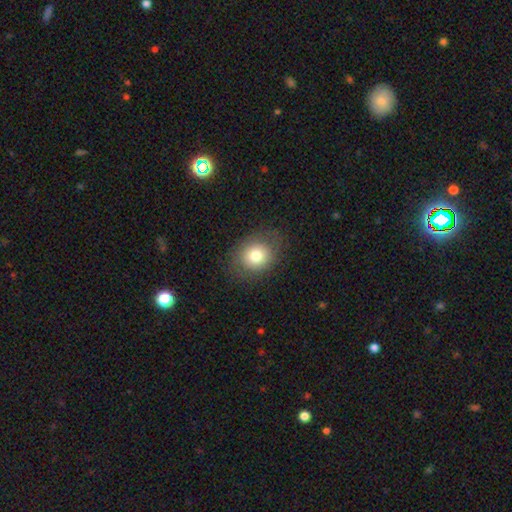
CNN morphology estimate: Smooth or featured? smooth (76%)
How rounded? round (64%)
Merging? none (80%)